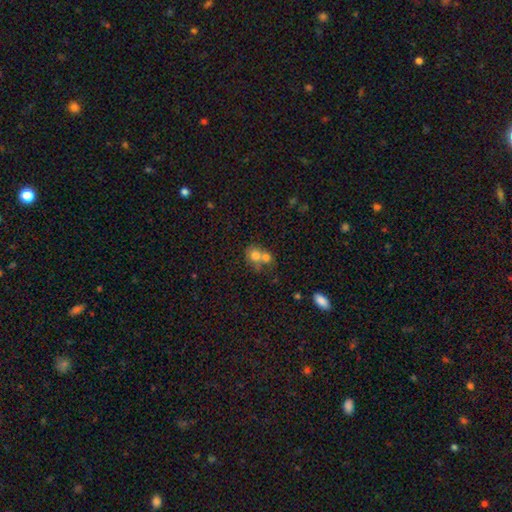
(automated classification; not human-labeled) The model was most divided on "merging": merger: 63%, none: 26%, minor disturbance: 7%, major disturbance: 4%. More confident: smooth or featured — smooth (74%); how rounded — round (70%).